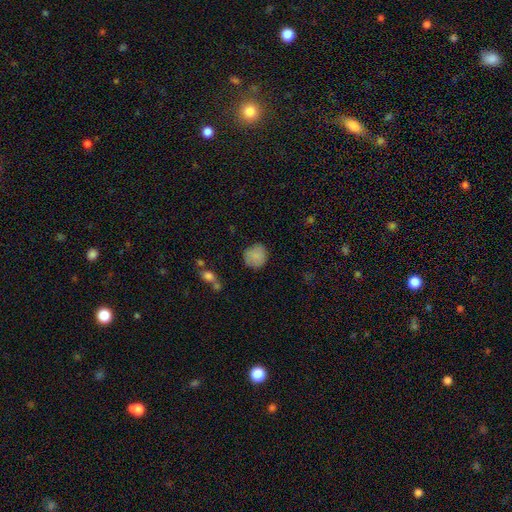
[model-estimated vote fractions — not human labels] Smooth or featured?
  - smooth: 85% *
  - star or artifact: 8%
  - featured or disk: 7%
How rounded?
  - round: 87% *
  - in between: 12%
  - cigar-shaped: 1%
Merging?
  - none: 79% *
  - minor disturbance: 15%
  - major disturbance: 4%
  - merger: 2%